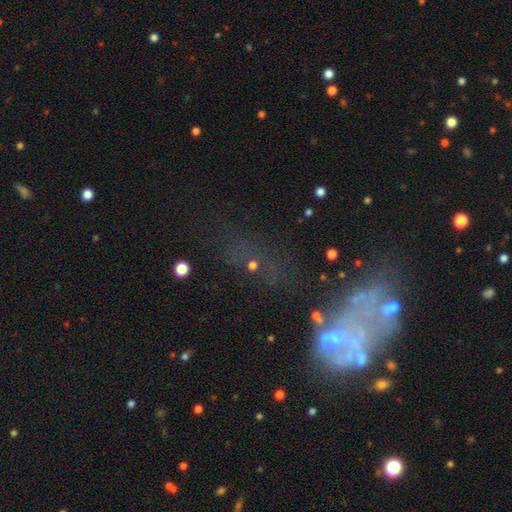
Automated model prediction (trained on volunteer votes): Smooth or featured: featured or disk — 45% (star or artifact — 33%)
Merging: none — 34% (major disturbance — 31%)